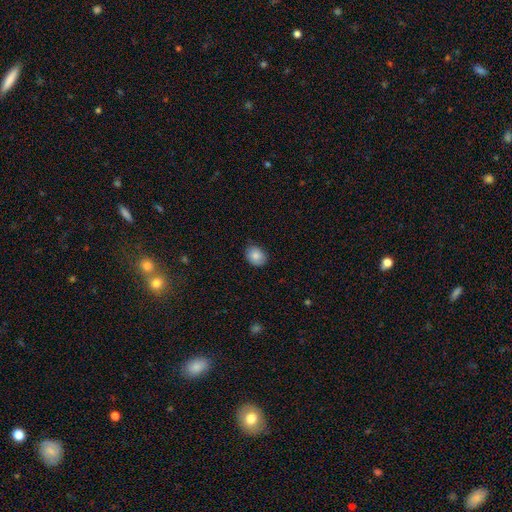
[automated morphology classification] smooth_or_featured: smooth (p=0.84) [alt: featured or disk p=0.08]
how_rounded: in between (p=0.52) [alt: round p=0.47]
merging: none (p=0.78) [alt: minor disturbance p=0.18]